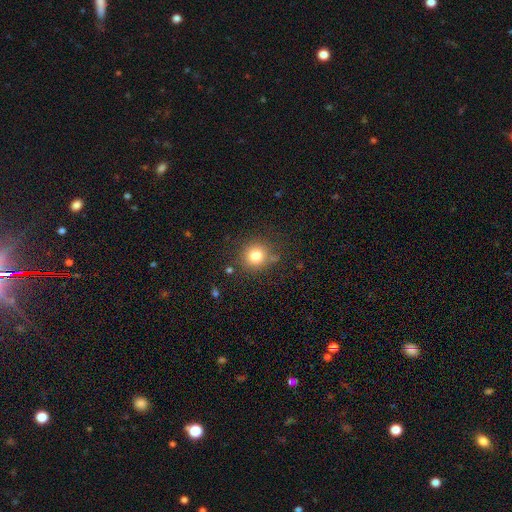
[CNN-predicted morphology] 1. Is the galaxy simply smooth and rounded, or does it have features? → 79% smooth, 13% star or artifact, 8% featured or disk.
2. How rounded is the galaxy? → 91% round, 8% in between, 1% cigar-shaped.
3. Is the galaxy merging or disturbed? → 80% none, 12% minor disturbance, 4% major disturbance, 4% merger.